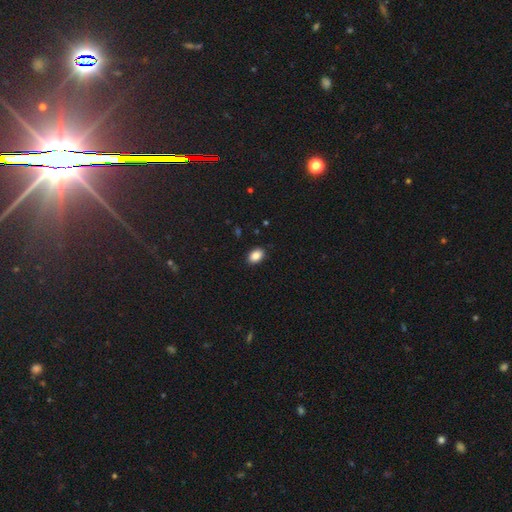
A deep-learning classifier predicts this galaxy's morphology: smooth 87%, star or artifact 9%, featured or disk 5%. Down the decision tree: how rounded — in between (83%); merging — none (90%).